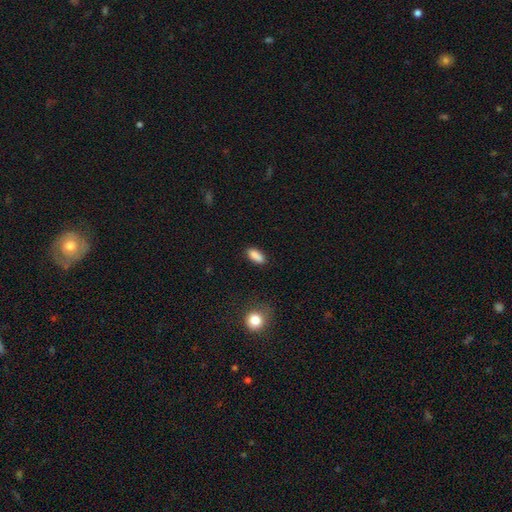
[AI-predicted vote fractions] Morphology: type=smooth (87%); roundness=in between (77%); merging=none (83%).